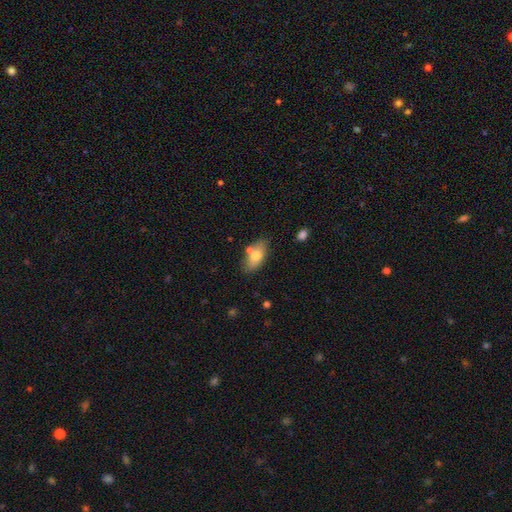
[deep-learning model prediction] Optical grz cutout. It shows a smooth galaxy with no disk features (73%) that is in between round and cigar-shaped (89%). Merging: none (71%).